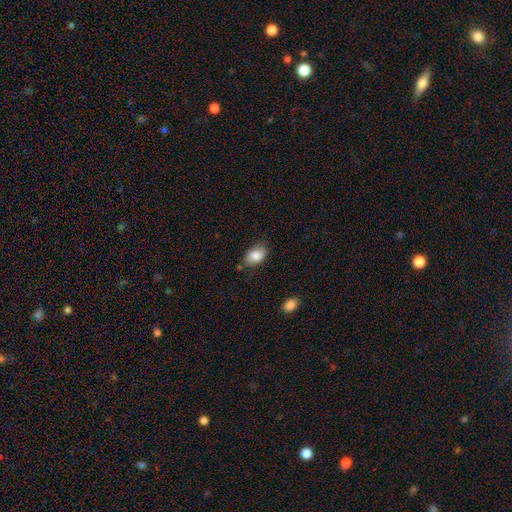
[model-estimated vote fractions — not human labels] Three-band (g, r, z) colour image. It shows a smooth galaxy with no disk features (83%) that is in between round and cigar-shaped (81%). Merging: none (70%).